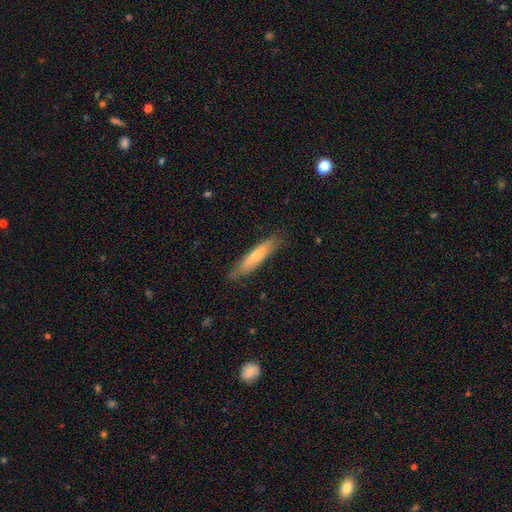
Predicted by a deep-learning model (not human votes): Smooth or featured?
  - smooth: 60% *
  - featured or disk: 34%
  - star or artifact: 6%
How rounded?
  - cigar-shaped: 85% *
  - in between: 13%
  - round: 1%
Merging?
  - none: 82% *
  - minor disturbance: 14%
  - major disturbance: 3%
  - merger: 1%